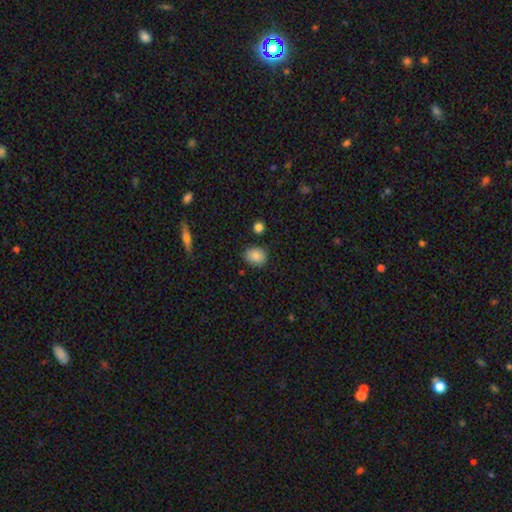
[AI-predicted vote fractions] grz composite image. It shows a smooth galaxy with no disk features (86%) that is round (57%). Merging: none (83%).